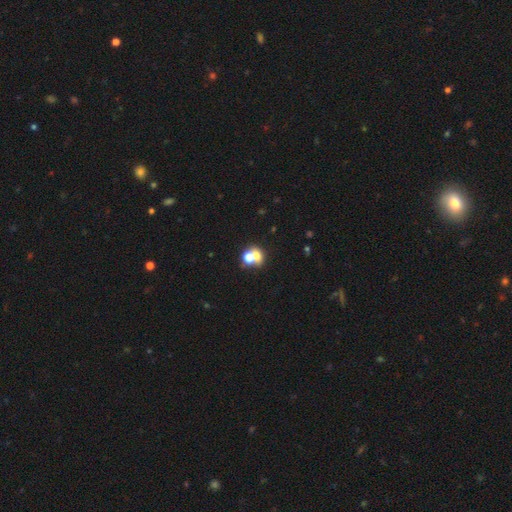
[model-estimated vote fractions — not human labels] A smooth galaxy with no disk features (63%) that is round (62%). Merging: merger (57%).